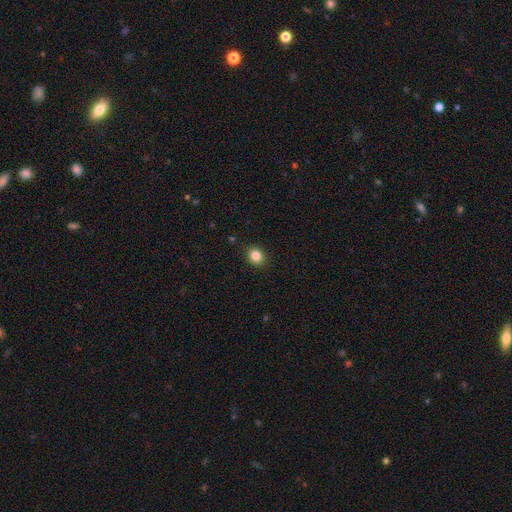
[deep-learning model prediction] Morphology: type=smooth (85%); roundness=round (66%); merging=none (89%).